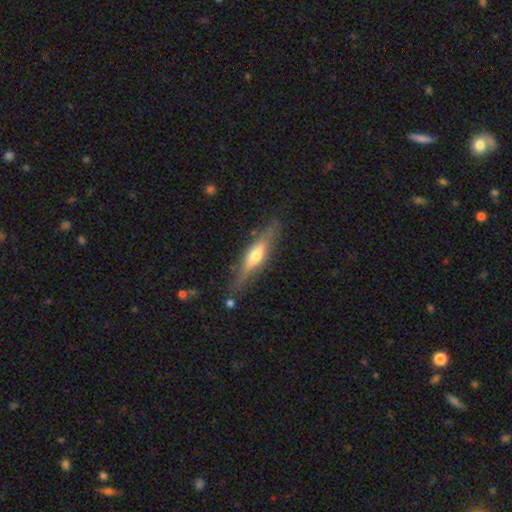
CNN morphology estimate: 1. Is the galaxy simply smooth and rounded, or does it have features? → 59% featured or disk, 35% smooth, 6% star or artifact.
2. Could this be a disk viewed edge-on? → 92% yes, 8% no.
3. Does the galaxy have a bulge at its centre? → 80% rounded, 11% boxy, 9% none.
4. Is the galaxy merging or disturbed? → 80% none, 14% minor disturbance, 4% major disturbance, 3% merger.